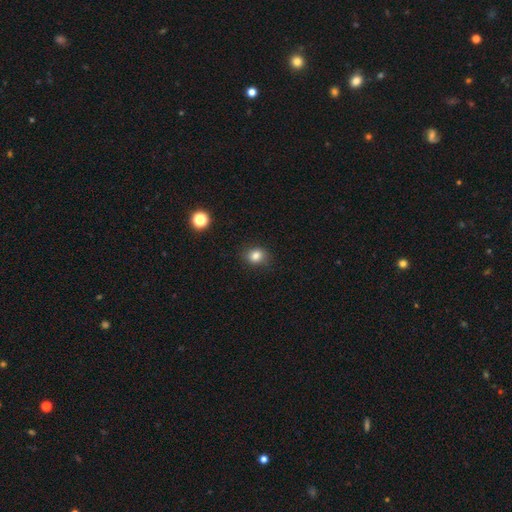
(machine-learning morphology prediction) A smooth galaxy with no disk features (82%) that is round (60%). Merging: none (84%).